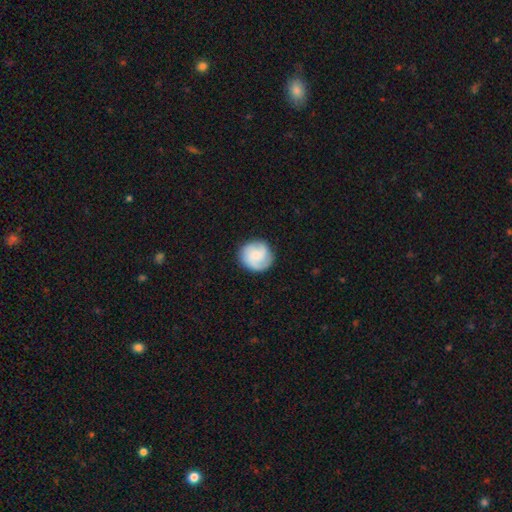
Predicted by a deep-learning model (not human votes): smooth 47%, featured or disk 45%, star or artifact 7%. Down the decision tree: merging — none (82%).